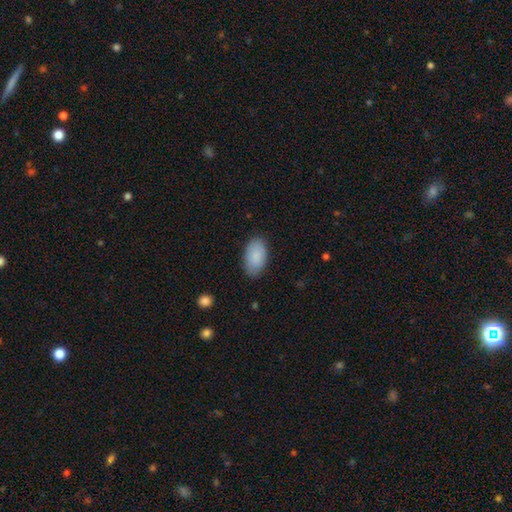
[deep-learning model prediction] smooth-or-featured: smooth: 86% | featured or disk: 8% | star or artifact: 6%
  how-rounded: in between: 95% | round: 4% | cigar-shaped: 2%
  merging: none: 81% | minor disturbance: 15% | major disturbance: 3% | merger: 1%